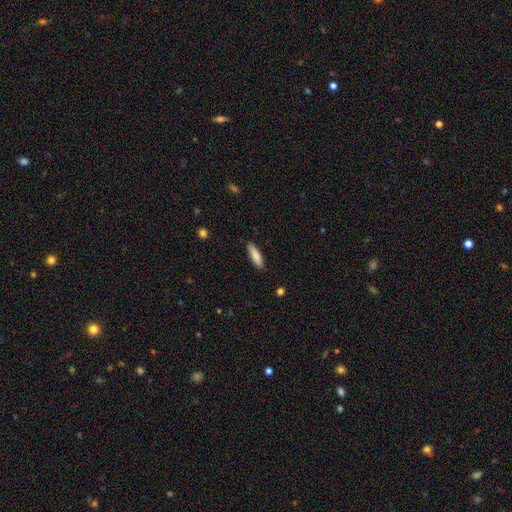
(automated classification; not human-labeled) Morphology: type=smooth (84%); roundness=cigar-shaped (56%); merging=none (87%).